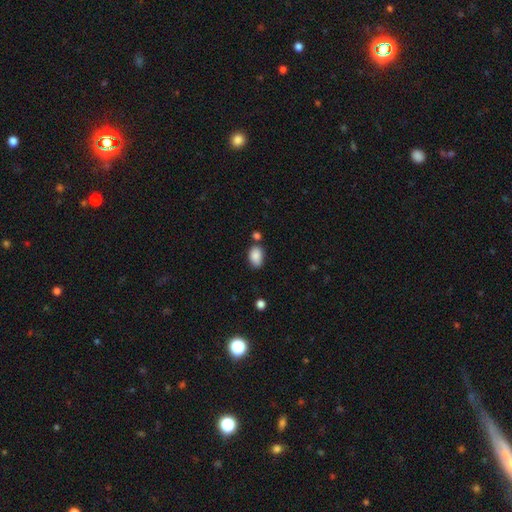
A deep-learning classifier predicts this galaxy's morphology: This appears to be a smooth galaxy with no disk features (88%) that is in between round and cigar-shaped (89%). Merging: none (68%).